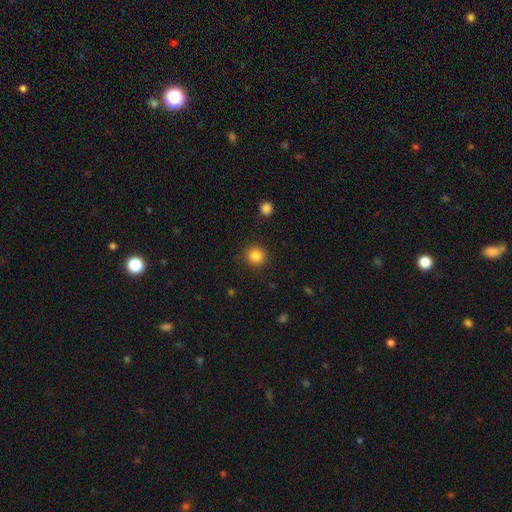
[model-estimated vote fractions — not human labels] Overall: smooth (85%). How rounded: round (93%). Merging: none (90%).